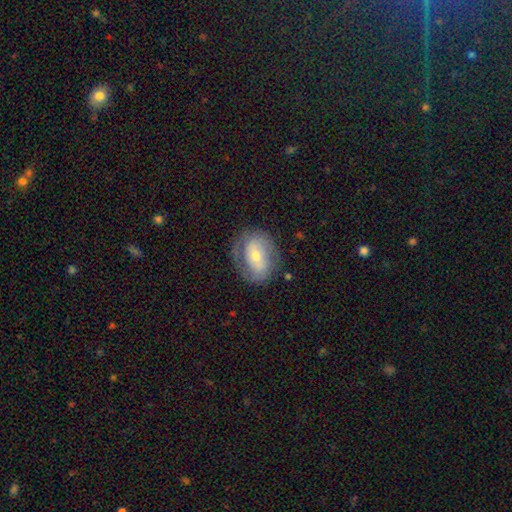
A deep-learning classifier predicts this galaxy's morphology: Smooth or featured: featured or disk — 60% (smooth — 33%)
Edge-on disk: no — 95% (yes — 5%)
Bar: no — 44% (weak — 33%)
Spiral arms: yes — 67% (no — 33%)
Bulge size: moderate — 54% (small — 40%)
Merging: none — 70% (minor disturbance — 18%)